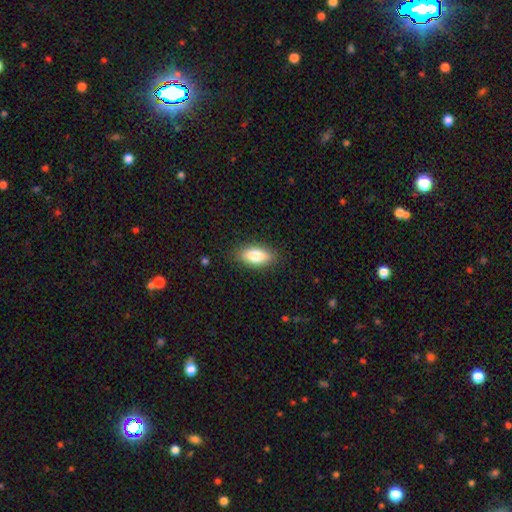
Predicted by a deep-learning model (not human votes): Smooth or featured? Predicted: smooth (p=0.80). How rounded? Predicted: in between (p=0.85). Merging? Predicted: none (p=0.87).